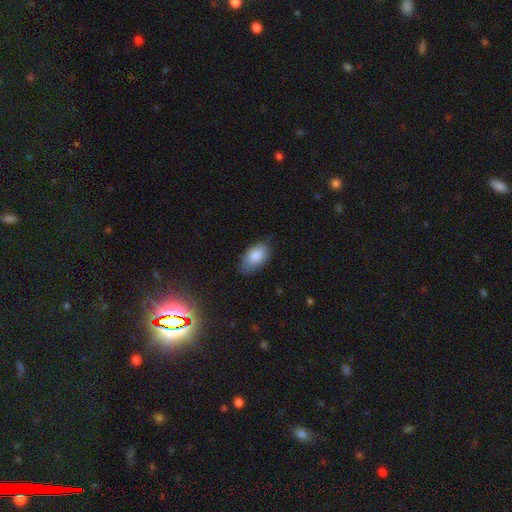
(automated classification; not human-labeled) This is clearly a smooth galaxy (85%). How rounded: clearly in between (93%). Merging: likely none (72%).